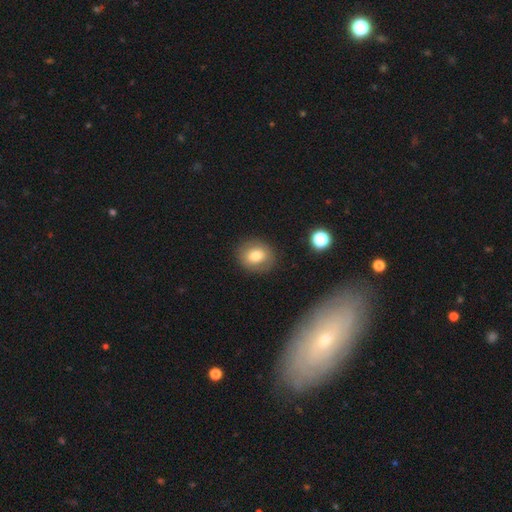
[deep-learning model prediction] This is likely a smooth galaxy (74%). How rounded: likely round (65%). Merging: clearly none (86%).